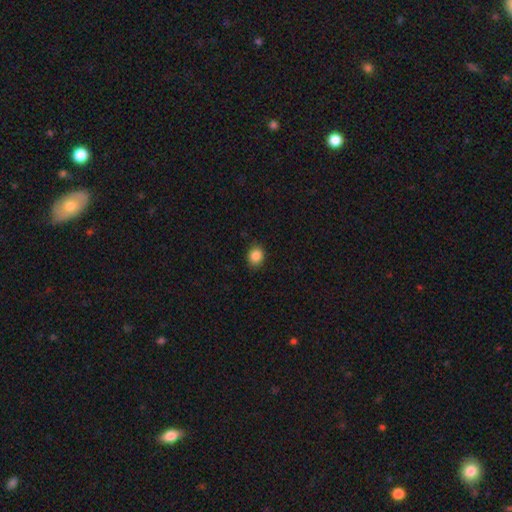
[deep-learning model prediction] A smooth galaxy with no disk features (87%) that is round (62%).

Vote fractions:
- Smooth or featured? smooth: 87% / star or artifact: 10% / featured or disk: 4%
- How rounded? round: 62% / in between: 38% / cigar-shaped: 1%
- Merging? none: 88% / minor disturbance: 9% / major disturbance: 2% / merger: 1%